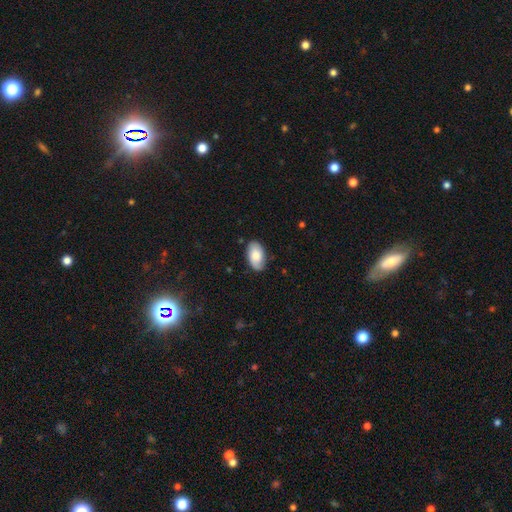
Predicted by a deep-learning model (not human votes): smooth 69%, featured or disk 25%, star or artifact 7%. Down the decision tree: how rounded — in between (94%); merging — none (79%).